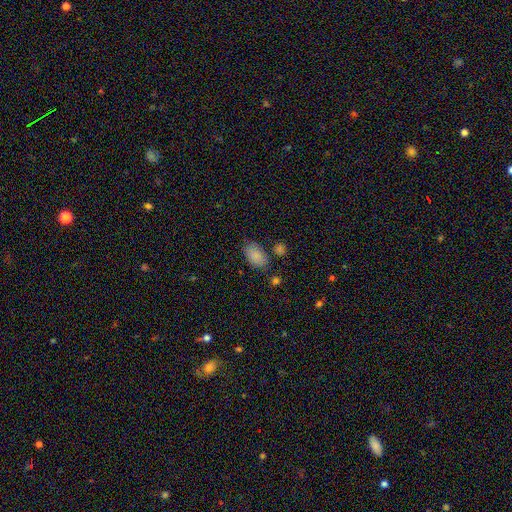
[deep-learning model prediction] This is clearly a smooth galaxy (86%). How rounded: clearly in between (92%). Merging: likely none (72%).